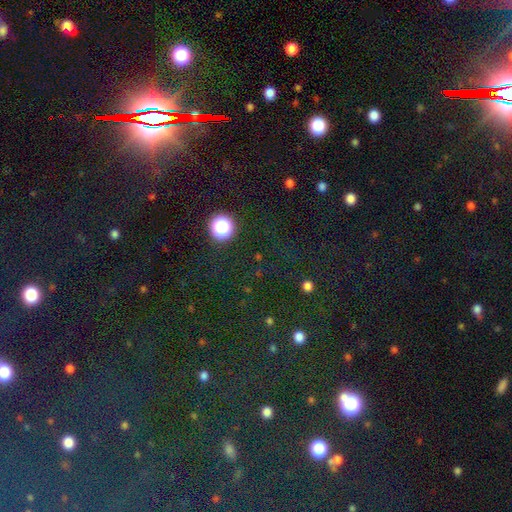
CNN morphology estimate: This appears to be a star or artifact, not a galaxy (84%).